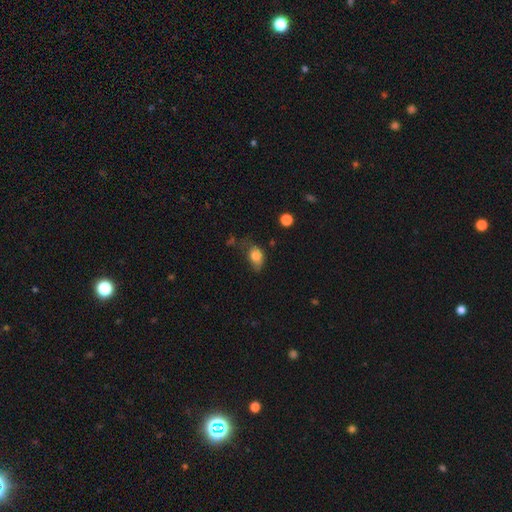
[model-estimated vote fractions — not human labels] Overall: smooth (80%). How rounded: in between (72%). Merging: minor disturbance (38%; none 35%).